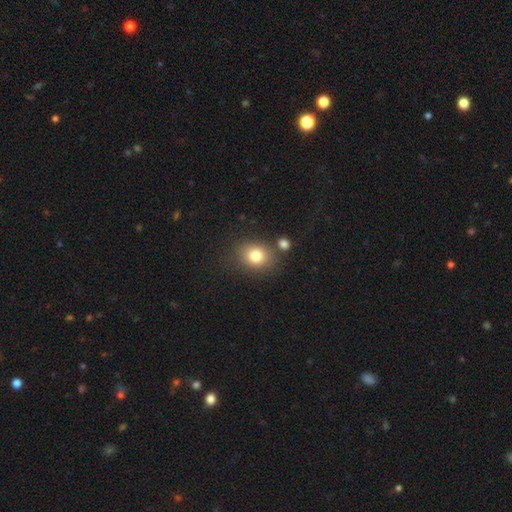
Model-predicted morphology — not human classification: Q: Smooth or featured?
A: smooth (80%); runner-up: star or artifact (11%)
Q: How rounded?
A: round (61%); runner-up: in between (38%)
Q: Merging?
A: none (72%); runner-up: minor disturbance (13%)